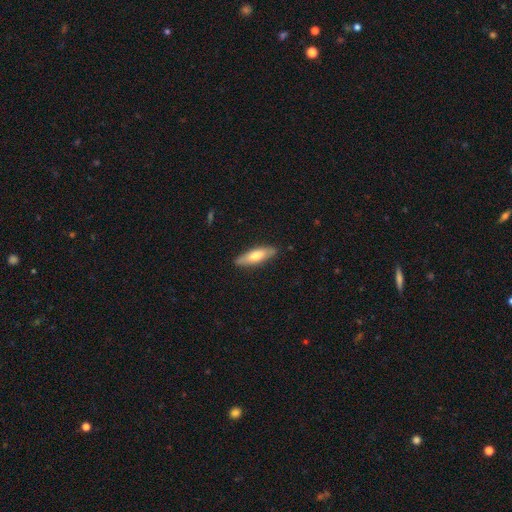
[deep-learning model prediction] smooth_or_featured: smooth (p=0.66) [alt: featured or disk p=0.29]
how_rounded: cigar-shaped (p=0.56) [alt: in between p=0.42]
merging: none (p=0.85) [alt: minor disturbance p=0.12]